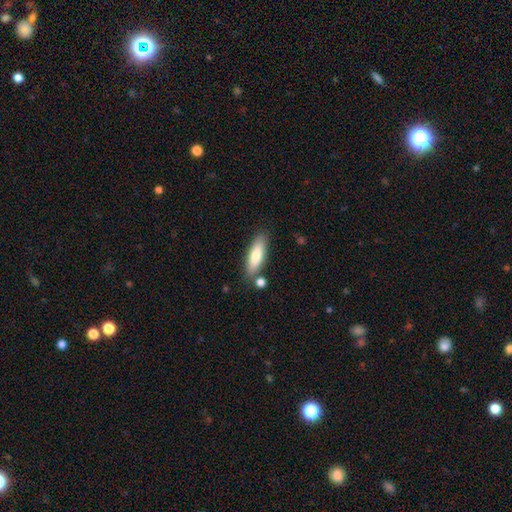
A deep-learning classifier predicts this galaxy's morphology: The model was most divided on "how rounded": cigar-shaped: 51%, in between: 47%, round: 2%. More confident: merging — none (78%); smooth or featured — smooth (77%).